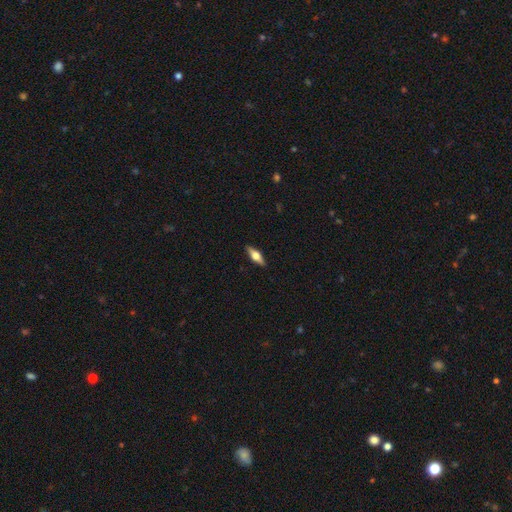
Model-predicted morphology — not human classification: featured or disk 57%, smooth 37%, star or artifact 6%. Down the decision tree: edge-on disk — yes (94%); edge-on bulge — rounded (93%); merging — none (90%).